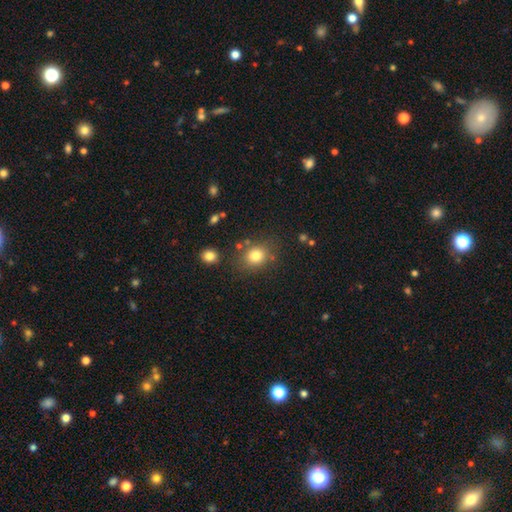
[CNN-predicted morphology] Smooth or featured: smooth — 80% (star or artifact — 12%)
How rounded: round — 63% (in between — 36%)
Merging: none — 75% (minor disturbance — 13%)